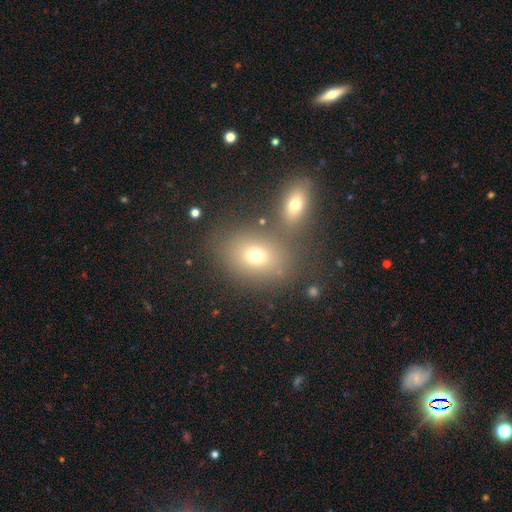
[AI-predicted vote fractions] Smooth or featured? smooth (70%)
How rounded? in between (62%)
Merging? none (61%)